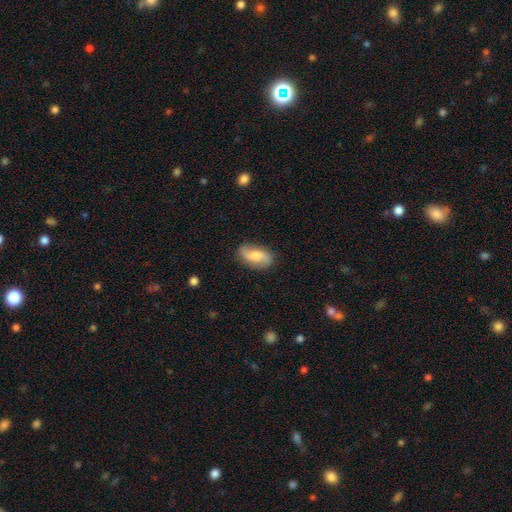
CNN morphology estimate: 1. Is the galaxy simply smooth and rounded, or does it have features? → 47% smooth, 45% featured or disk, 7% star or artifact.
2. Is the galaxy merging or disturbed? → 80% none, 15% minor disturbance, 4% major disturbance, 1% merger.